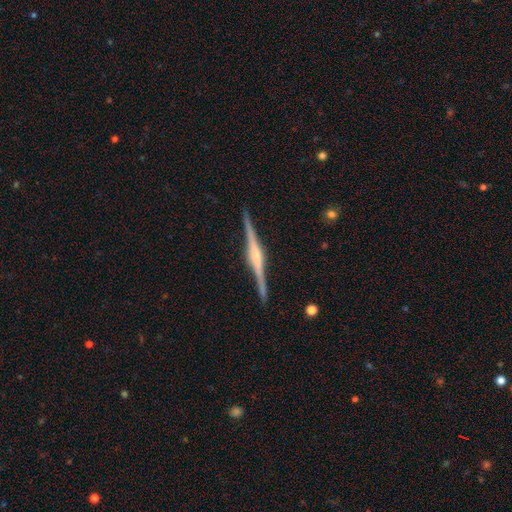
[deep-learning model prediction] Smooth or featured? featured or disk (86%)
Edge-on disk? yes (99%)
Edge-on bulge? rounded (55%)
Merging? none (91%)